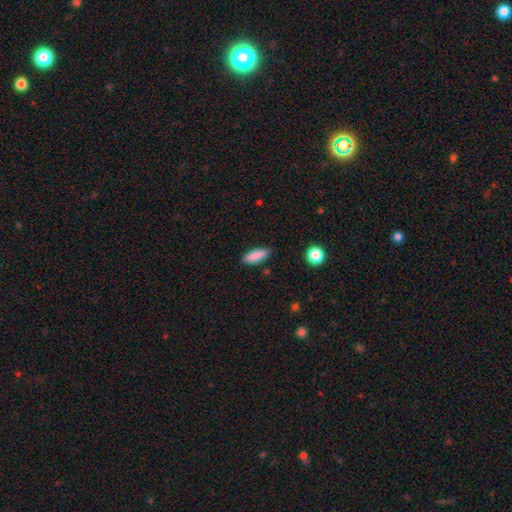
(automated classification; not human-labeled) Q: Smooth or featured?
A: smooth (86%); runner-up: featured or disk (7%)
Q: How rounded?
A: in between (57%); runner-up: cigar-shaped (41%)
Q: Merging?
A: none (84%); runner-up: minor disturbance (12%)